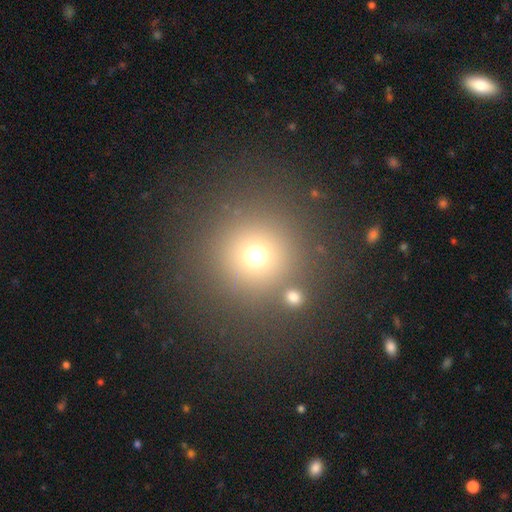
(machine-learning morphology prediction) type=smooth (69%); roundness=round (95%); merging=none (82%).